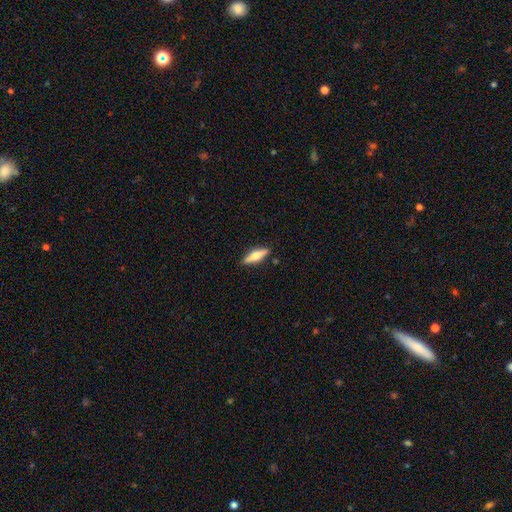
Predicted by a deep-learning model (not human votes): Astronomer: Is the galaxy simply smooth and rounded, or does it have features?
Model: smooth — 55% (runner-up: featured or disk, 38%).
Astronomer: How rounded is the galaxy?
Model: cigar-shaped — 66%.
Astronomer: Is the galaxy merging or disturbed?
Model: none — 87%.